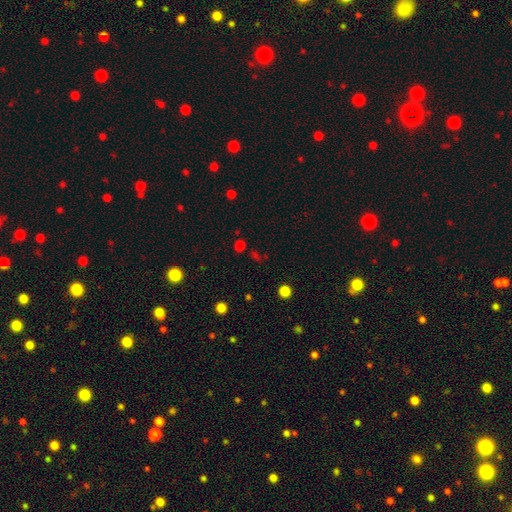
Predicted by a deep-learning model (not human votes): Smooth or featured? smooth (50%)
Merging? none (77%)